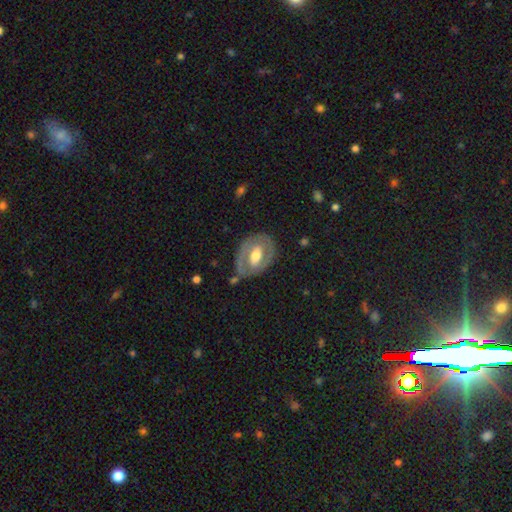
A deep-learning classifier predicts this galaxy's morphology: This appears to be a featured or disk galaxy (63%) with no bar (40%), no spiral arms (65%) and a moderate central bulge (64%). Merging: none (72%).